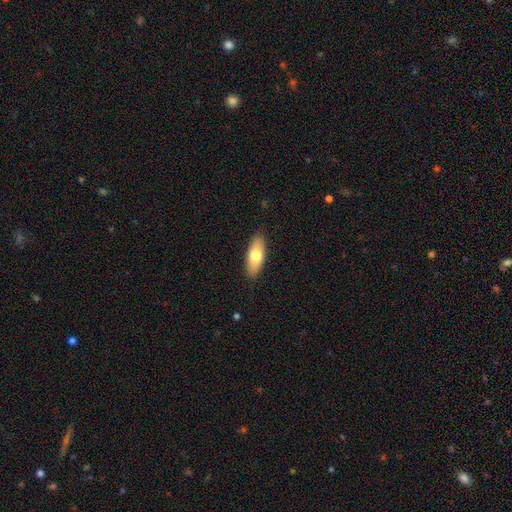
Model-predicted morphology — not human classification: Overall: smooth (72%). How rounded: in between (77%). Merging: none (88%).